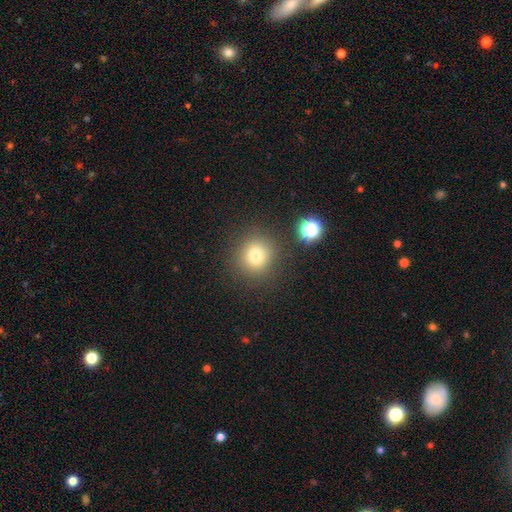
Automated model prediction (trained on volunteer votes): Q: Smooth or featured?
A: smooth (76%); runner-up: star or artifact (15%)
Q: How rounded?
A: round (91%); runner-up: in between (9%)
Q: Merging?
A: none (84%); runner-up: minor disturbance (8%)